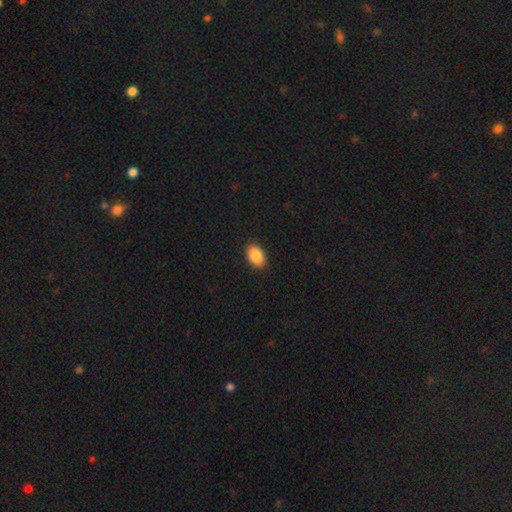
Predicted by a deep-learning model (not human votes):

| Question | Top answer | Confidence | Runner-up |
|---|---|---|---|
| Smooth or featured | smooth | 89% | star or artifact (7%) |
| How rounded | in between | 88% | round (10%) |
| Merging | none | 90% | minor disturbance (7%) |